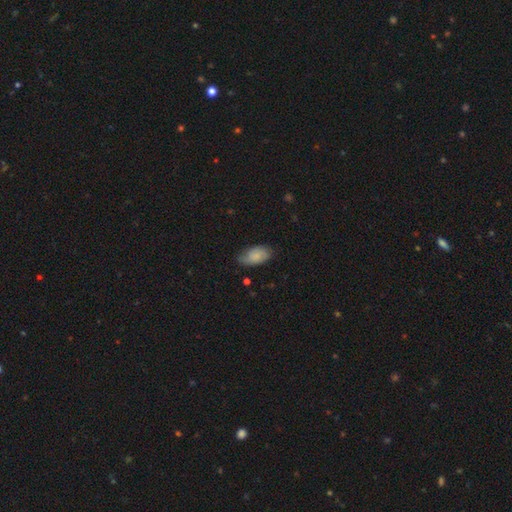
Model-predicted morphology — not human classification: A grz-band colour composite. It shows a smooth galaxy with no disk features (80%) that is in between round and cigar-shaped (93%). Merging: none (65%).